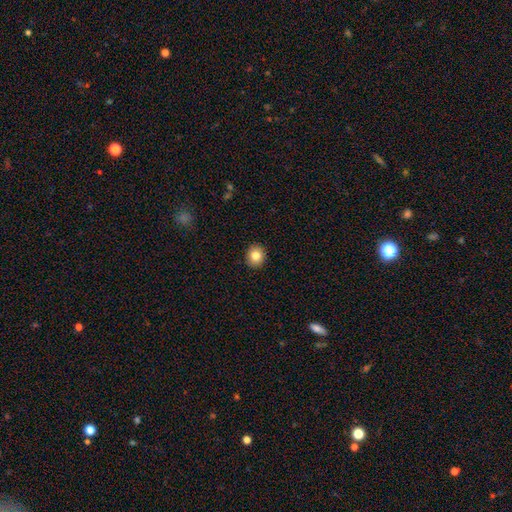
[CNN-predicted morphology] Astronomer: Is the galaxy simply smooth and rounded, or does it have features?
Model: smooth — 82%.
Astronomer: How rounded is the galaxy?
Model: round — 78%.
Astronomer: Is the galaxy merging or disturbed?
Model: none — 92%.